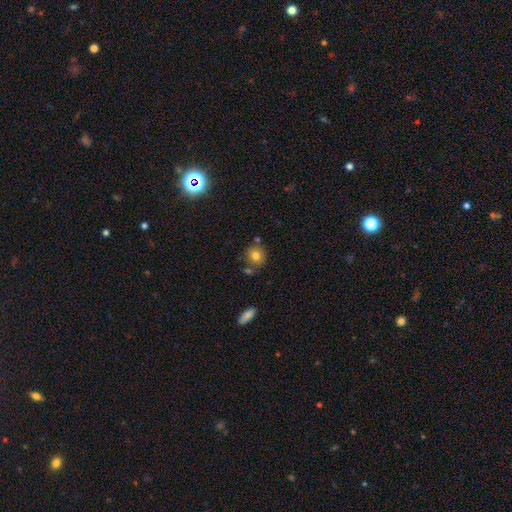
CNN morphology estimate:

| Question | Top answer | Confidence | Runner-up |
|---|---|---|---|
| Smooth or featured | smooth | 77% | featured or disk (13%) |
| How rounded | round | 81% | in between (18%) |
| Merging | none | 70% | merger (14%) |